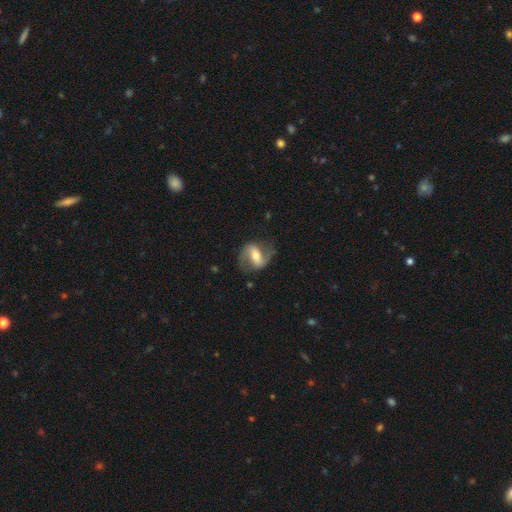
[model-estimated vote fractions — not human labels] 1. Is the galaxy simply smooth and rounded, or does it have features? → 77% featured or disk, 18% smooth, 6% star or artifact.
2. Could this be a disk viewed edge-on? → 95% no, 5% yes.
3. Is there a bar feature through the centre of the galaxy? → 50% strong, 34% weak, 16% no.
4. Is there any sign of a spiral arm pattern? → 90% yes, 10% no.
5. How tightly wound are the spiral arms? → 46% medium, 38% loose, 16% tight.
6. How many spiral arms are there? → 88% 2, 5% can't tell, 4% 1, 1% 3, 1% 4, 1% more than 4.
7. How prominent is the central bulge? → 60% moderate, 26% small, 11% large, 2% none, 2% dominant.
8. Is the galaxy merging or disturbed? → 72% none, 17% minor disturbance, 10% major disturbance, 2% merger.